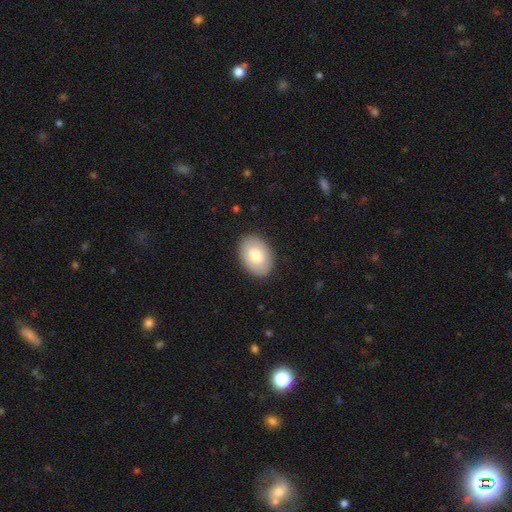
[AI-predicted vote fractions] A smooth galaxy with no disk features (77%) that is in between round and cigar-shaped (85%). Merging: none (88%).